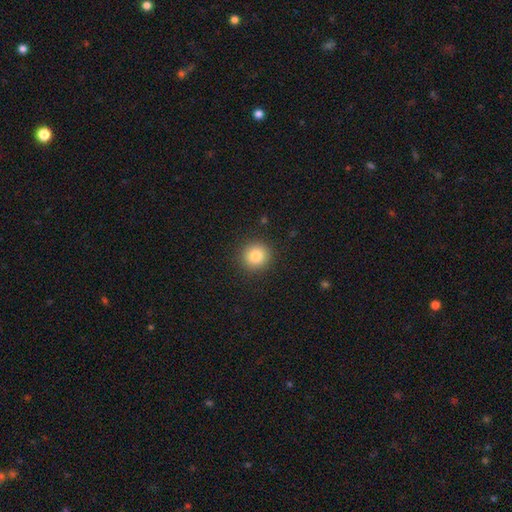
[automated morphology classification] smooth 84%, star or artifact 10%, featured or disk 6%. Down the decision tree: how rounded — round (91%); merging — none (90%).